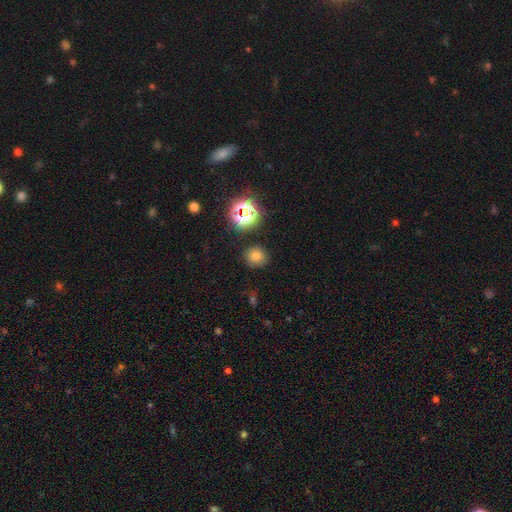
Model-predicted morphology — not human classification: Smooth or featured: smooth — 72% (star or artifact — 20%)
How rounded: round — 83% (in between — 16%)
Merging: none — 86% (minor disturbance — 9%)